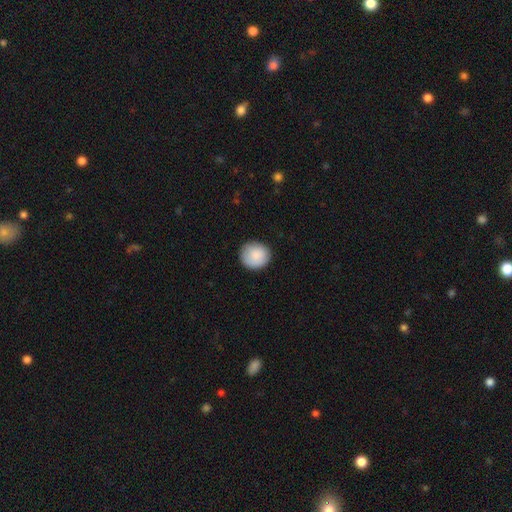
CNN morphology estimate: Smooth or featured?
  - smooth: 88% *
  - star or artifact: 6%
  - featured or disk: 5%
How rounded?
  - round: 87% *
  - in between: 12%
  - cigar-shaped: 1%
Merging?
  - none: 87% *
  - minor disturbance: 10%
  - major disturbance: 2%
  - merger: 1%